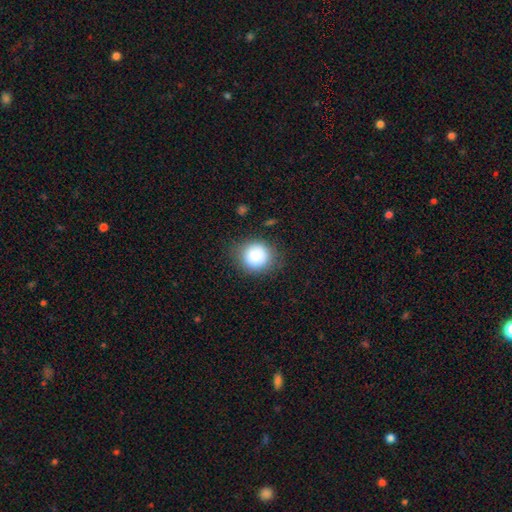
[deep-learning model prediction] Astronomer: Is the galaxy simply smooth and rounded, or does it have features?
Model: smooth — 84%.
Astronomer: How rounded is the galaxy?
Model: round — 88%.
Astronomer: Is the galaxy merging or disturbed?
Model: none — 82%.